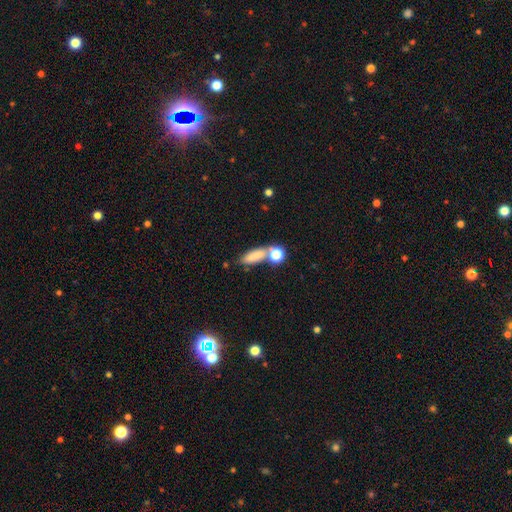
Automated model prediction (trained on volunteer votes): smooth 79%, featured or disk 11%, star or artifact 10%. Down the decision tree: how rounded — in between (60%); merging — none (50%).